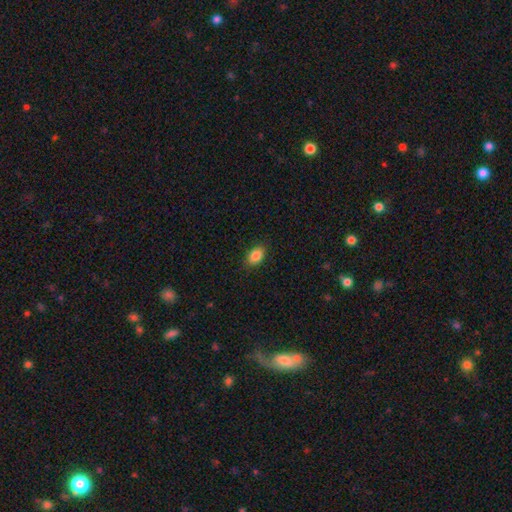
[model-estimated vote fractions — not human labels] The model was most divided on "how rounded": in between: 85%, round: 13%, cigar-shaped: 2%. More confident: merging — none (87%); smooth or featured — smooth (87%).